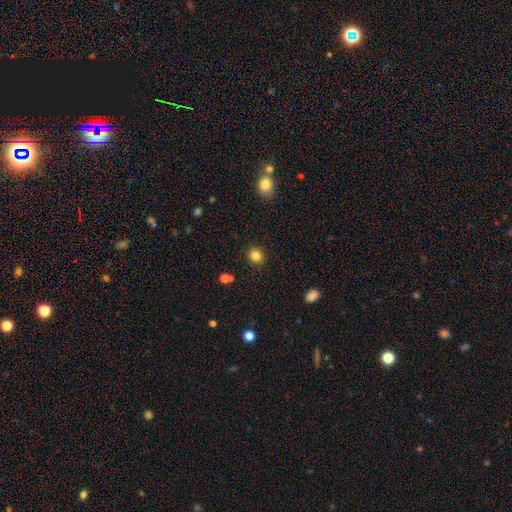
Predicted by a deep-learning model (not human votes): smooth 83%, star or artifact 12%, featured or disk 5%. Down the decision tree: how rounded — round (82%); merging — none (90%).